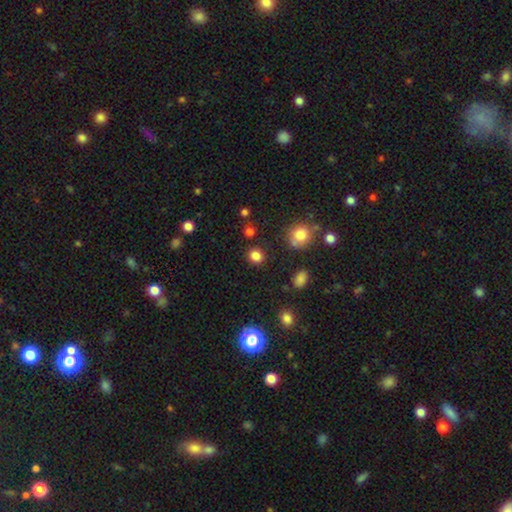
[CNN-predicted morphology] type=smooth (81%); roundness=round (83%); merging=none (87%).